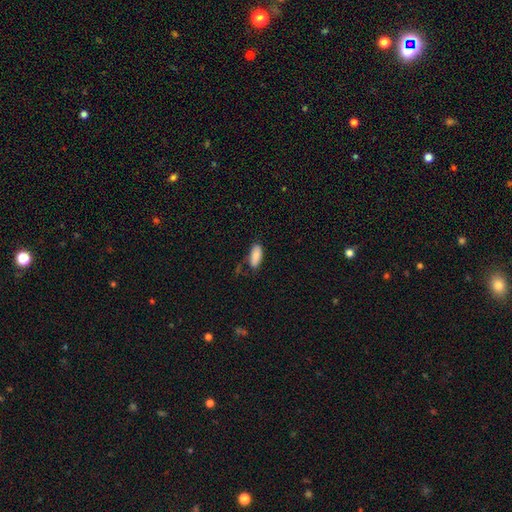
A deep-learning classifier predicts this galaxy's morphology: Smooth or featured: smooth — 86% (star or artifact — 7%)
How rounded: in between — 86% (cigar-shaped — 12%)
Merging: none — 67% (minor disturbance — 22%)